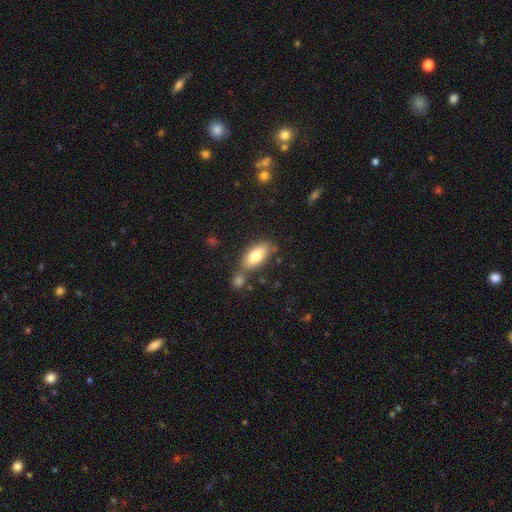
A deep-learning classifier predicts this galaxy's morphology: smooth_or_featured: smooth (p=0.80) [alt: featured or disk p=0.13]
how_rounded: in between (p=0.84) [alt: cigar-shaped p=0.13]
merging: none (p=0.59) [alt: merger p=0.22]